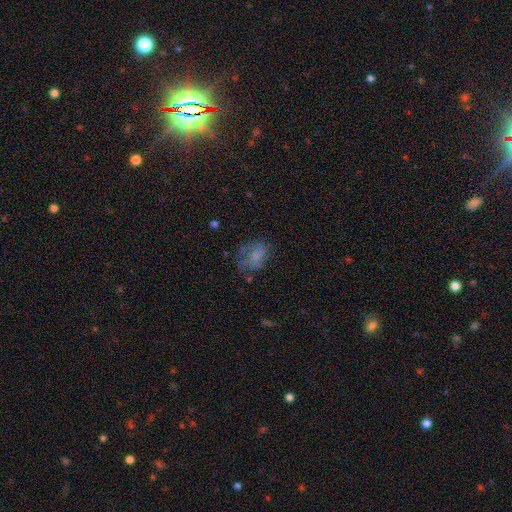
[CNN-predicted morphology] A smooth galaxy with no disk features (58%) that is in between round and cigar-shaped (75%).

Vote fractions:
- Smooth or featured? smooth: 58% / featured or disk: 30% / star or artifact: 11%
- How rounded? in between: 75% / round: 23% / cigar-shaped: 2%
- Merging? none: 44% / minor disturbance: 27% / major disturbance: 26% / merger: 3%